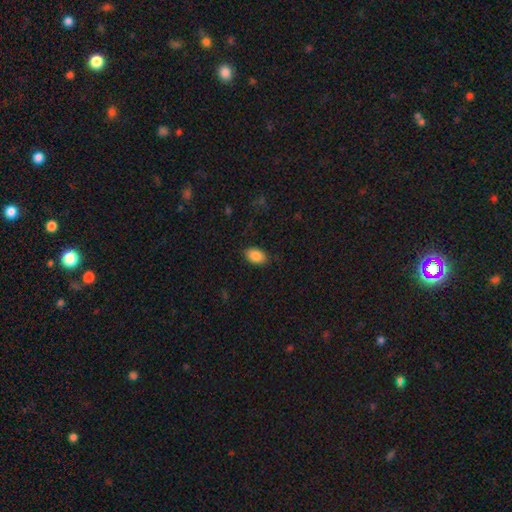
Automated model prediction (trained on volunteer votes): This appears to be a smooth galaxy with no disk features (88%) that is in between round and cigar-shaped (90%). Merging: none (87%).